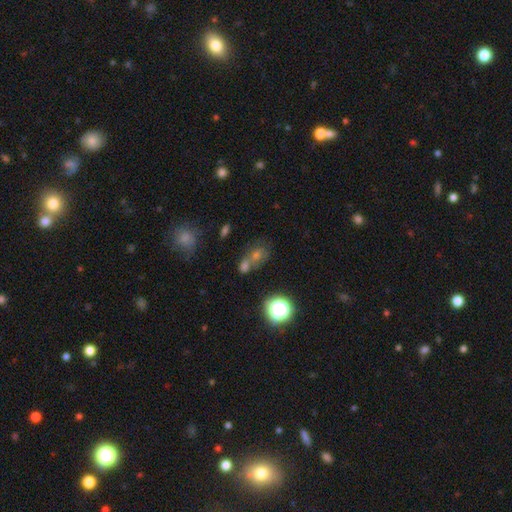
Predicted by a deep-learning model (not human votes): Smooth or featured? smooth (51%)
How rounded? round (55%)
Merging? merger (43%)